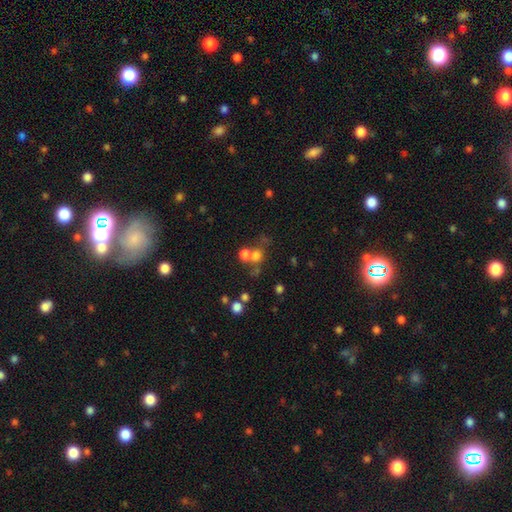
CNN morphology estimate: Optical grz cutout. It shows a smooth galaxy with no disk features (68%) that is round (84%). Merging: none (49%).